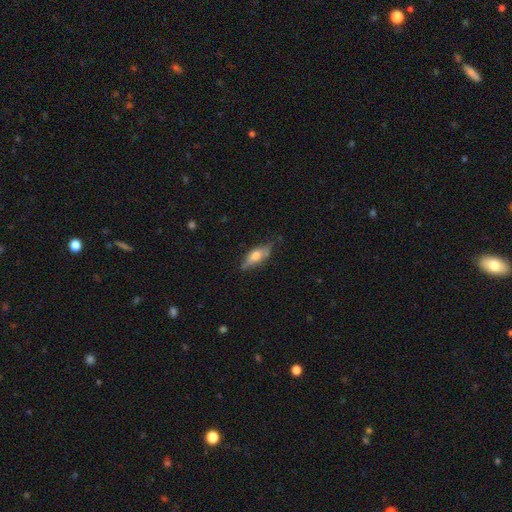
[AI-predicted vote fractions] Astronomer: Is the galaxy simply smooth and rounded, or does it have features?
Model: smooth — 48% (runner-up: featured or disk, 45%).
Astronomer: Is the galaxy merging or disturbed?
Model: none — 69%.